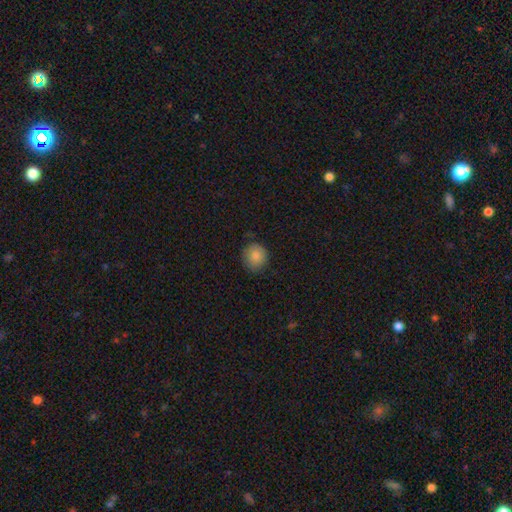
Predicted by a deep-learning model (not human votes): Smooth or featured?
  - smooth: 84% *
  - star or artifact: 9%
  - featured or disk: 7%
How rounded?
  - round: 88% *
  - in between: 11%
  - cigar-shaped: 1%
Merging?
  - none: 81% *
  - minor disturbance: 15%
  - major disturbance: 3%
  - merger: 1%